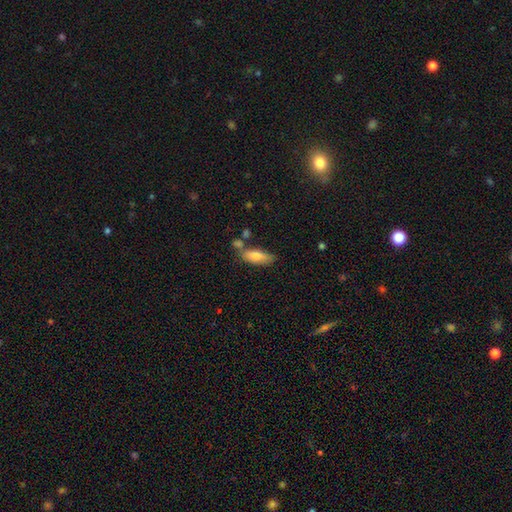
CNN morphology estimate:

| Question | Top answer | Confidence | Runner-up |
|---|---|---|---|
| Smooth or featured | smooth | 74% | featured or disk (19%) |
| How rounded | in between | 65% | cigar-shaped (33%) |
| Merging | none | 61% | minor disturbance (19%) |